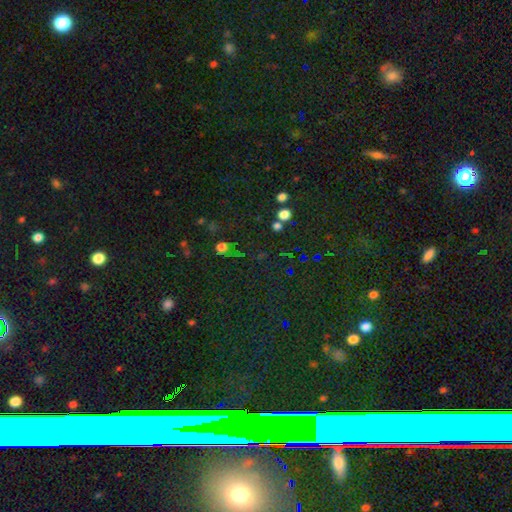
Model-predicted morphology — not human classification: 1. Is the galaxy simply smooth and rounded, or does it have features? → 68% star or artifact, 17% featured or disk, 15% smooth.